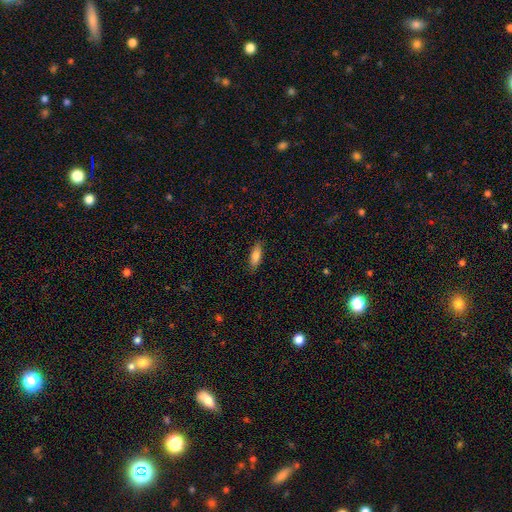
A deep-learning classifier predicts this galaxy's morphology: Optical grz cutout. It shows a smooth galaxy with no disk features (82%) that is in between round and cigar-shaped (63%). Merging: none (86%).